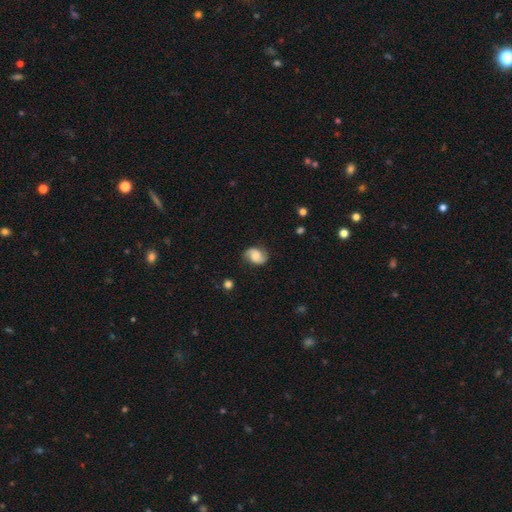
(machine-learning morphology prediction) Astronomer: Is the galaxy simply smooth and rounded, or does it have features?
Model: featured or disk — 50% (runner-up: smooth, 41%).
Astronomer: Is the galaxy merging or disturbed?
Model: none — 77%.